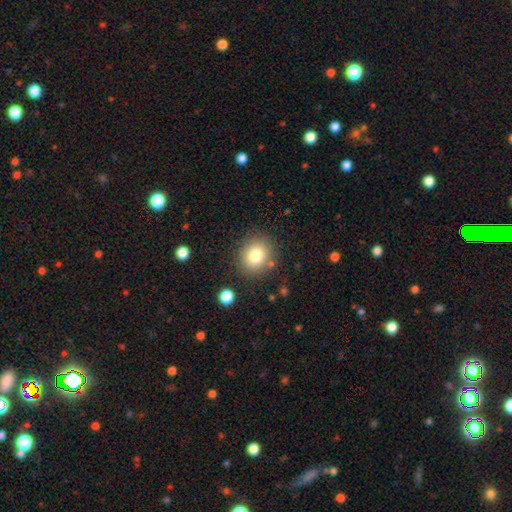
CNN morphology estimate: A smooth galaxy with no disk features (79%) that is round (77%). Merging: none (84%).